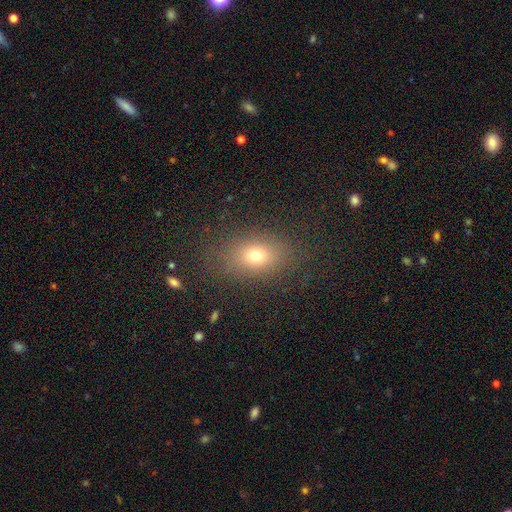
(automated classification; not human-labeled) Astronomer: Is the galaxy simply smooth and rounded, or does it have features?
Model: smooth — 72%.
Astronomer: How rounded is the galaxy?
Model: in between — 74%.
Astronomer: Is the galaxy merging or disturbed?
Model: none — 83%.